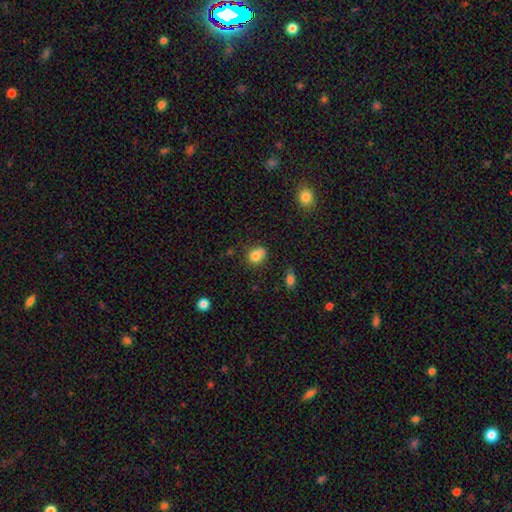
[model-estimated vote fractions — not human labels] This is likely a smooth galaxy (79%). How rounded: possibly in between (52%). Merging: possibly none (49%).